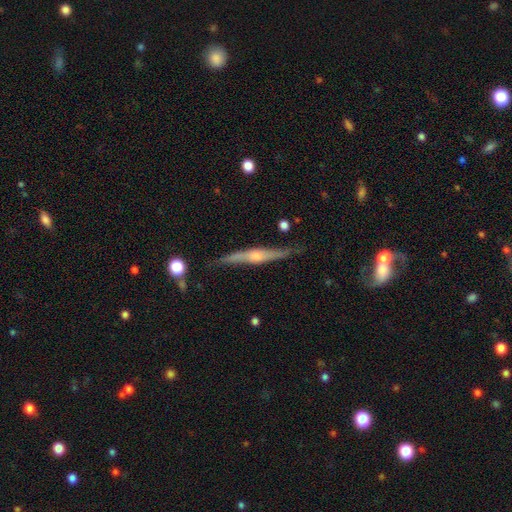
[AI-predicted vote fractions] Smooth or featured: featured or disk — 79% (smooth — 15%)
Edge-on disk: yes — 95% (no — 5%)
Edge-on bulge: rounded — 79% (boxy — 11%)
Merging: none — 81% (minor disturbance — 14%)